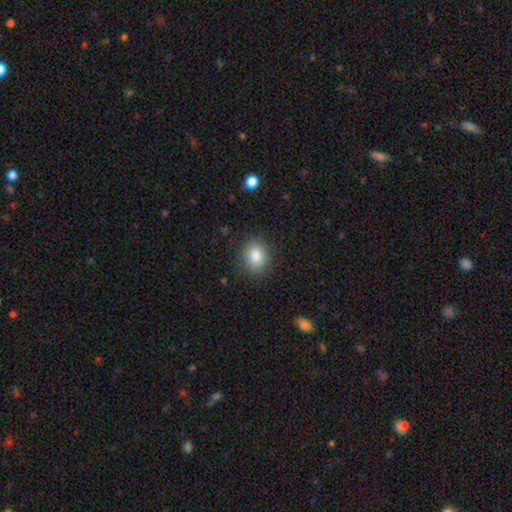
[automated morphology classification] The model was most divided on "how rounded": round: 56%, in between: 42%, cigar-shaped: 1%. More confident: merging — none (87%); smooth or featured — smooth (83%).